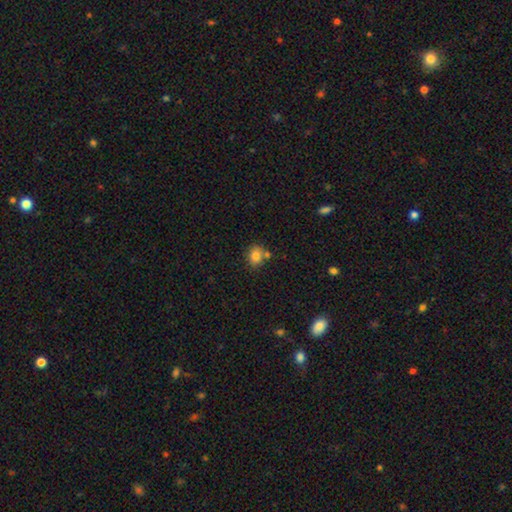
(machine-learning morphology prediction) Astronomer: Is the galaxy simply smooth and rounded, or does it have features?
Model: smooth — 81%.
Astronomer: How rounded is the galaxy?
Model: round — 64%.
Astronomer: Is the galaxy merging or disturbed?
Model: none — 66%.